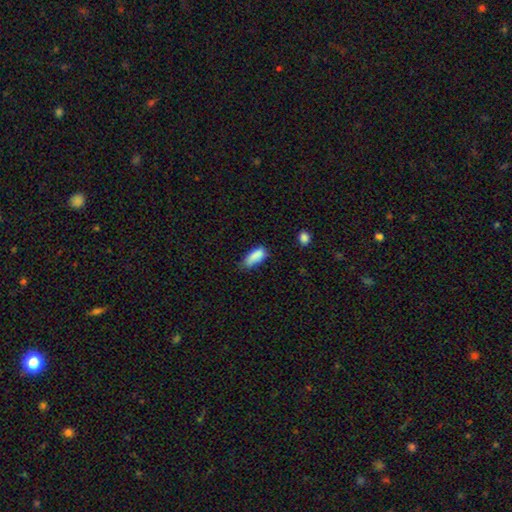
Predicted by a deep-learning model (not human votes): Q: Smooth or featured?
A: smooth (84%); runner-up: star or artifact (8%)
Q: How rounded?
A: in between (81%); runner-up: cigar-shaped (17%)
Q: Merging?
A: none (45%); runner-up: minor disturbance (40%)